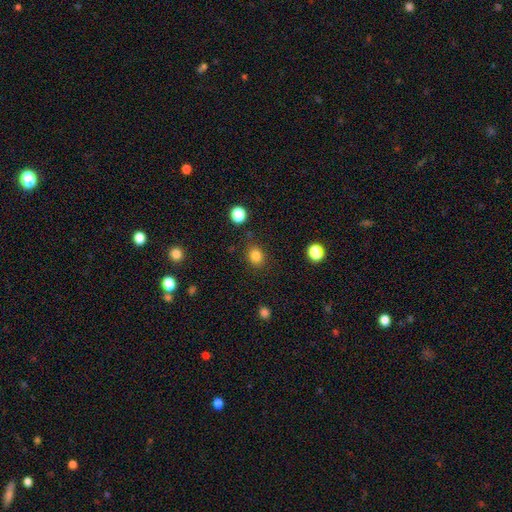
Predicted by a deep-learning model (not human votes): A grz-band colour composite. It shows a smooth galaxy with no disk features (83%) that is round (68%). Merging: none (84%).